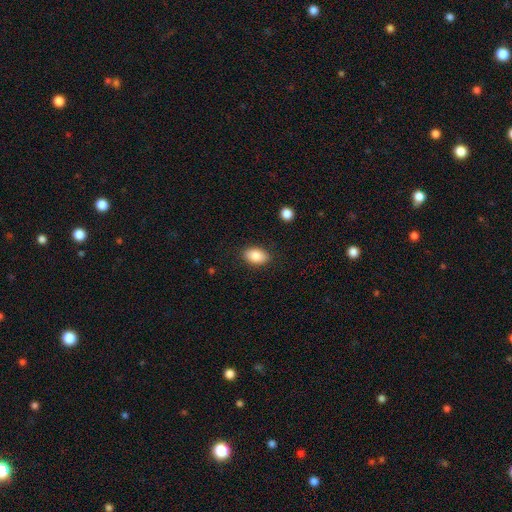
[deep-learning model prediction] smooth-or-featured: smooth: 86% | star or artifact: 8% | featured or disk: 7%
  how-rounded: in between: 88% | round: 11% | cigar-shaped: 1%
  merging: none: 86% | minor disturbance: 10% | major disturbance: 3% | merger: 1%